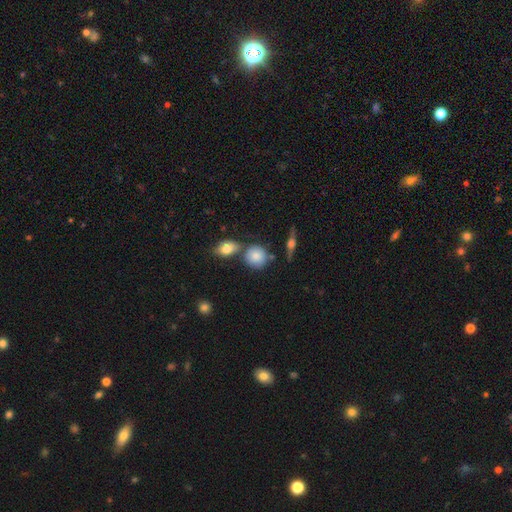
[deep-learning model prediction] smooth_or_featured: smooth (p=0.74) [alt: featured or disk p=0.16]
how_rounded: round (p=0.83) [alt: in between p=0.14]
merging: none (p=0.68) [alt: merger p=0.16]